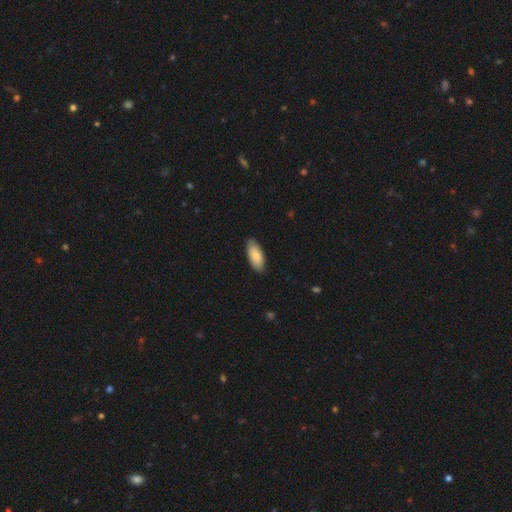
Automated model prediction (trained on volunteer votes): Smooth or featured? Predicted: smooth (p=0.85). How rounded? Predicted: in between (p=0.86). Merging? Predicted: none (p=0.84).